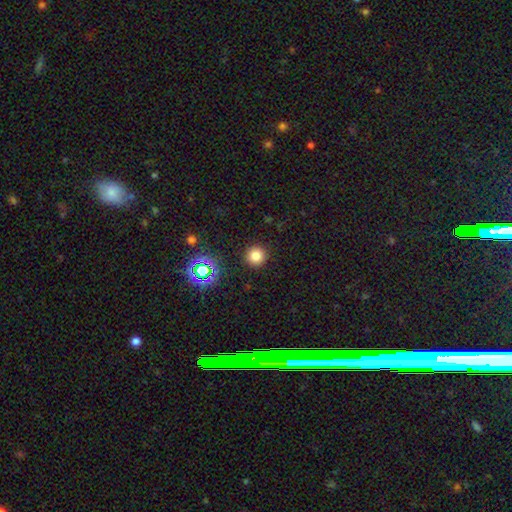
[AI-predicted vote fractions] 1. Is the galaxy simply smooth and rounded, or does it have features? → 76% smooth, 18% star or artifact, 6% featured or disk.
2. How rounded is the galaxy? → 95% round, 4% in between, 1% cigar-shaped.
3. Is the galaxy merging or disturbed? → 91% none, 5% minor disturbance, 2% major disturbance, 1% merger.